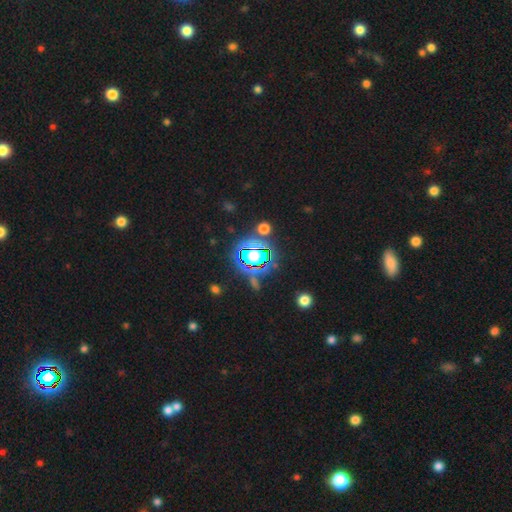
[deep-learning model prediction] This appears to be a star or artifact, not a galaxy (79%).